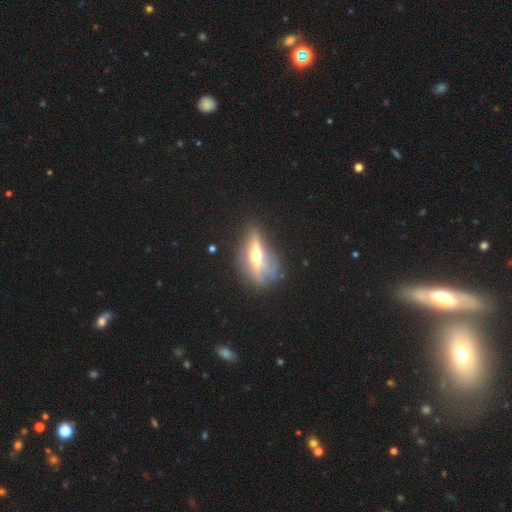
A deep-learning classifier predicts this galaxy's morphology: featured or disk 68%, smooth 24%, star or artifact 8%. Down the decision tree: edge-on disk — yes (71%); merging — none (65%).